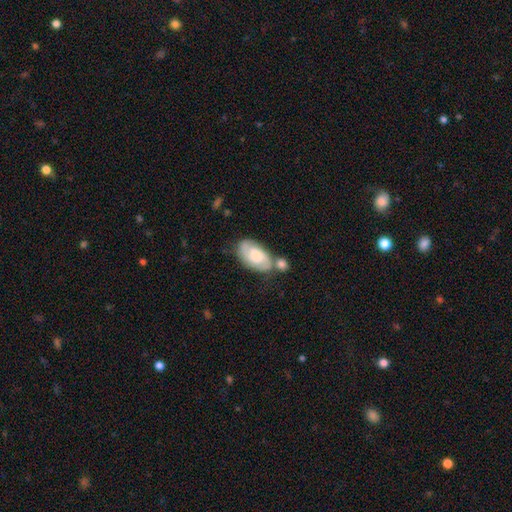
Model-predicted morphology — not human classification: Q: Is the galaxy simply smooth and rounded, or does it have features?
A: featured or disk — 53%.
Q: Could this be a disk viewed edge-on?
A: no — 95%.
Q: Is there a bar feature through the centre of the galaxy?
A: no — 47%.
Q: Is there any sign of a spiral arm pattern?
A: yes — 87%.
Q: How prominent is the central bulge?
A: moderate — 37%.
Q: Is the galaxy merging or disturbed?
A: none — 45%.